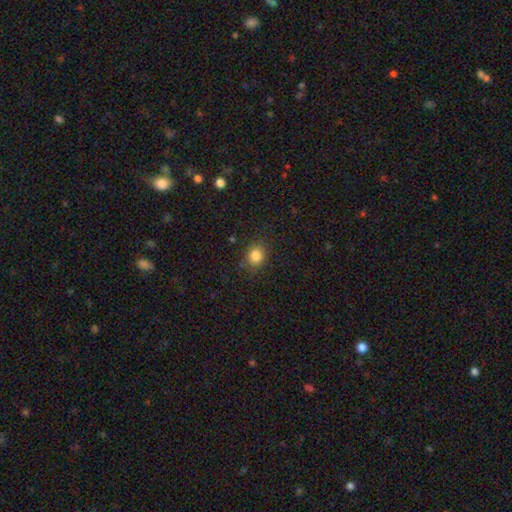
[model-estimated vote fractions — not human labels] smooth-or-featured: smooth: 84% | star or artifact: 11% | featured or disk: 5%
  how-rounded: round: 72% | in between: 27% | cigar-shaped: 1%
  merging: none: 84% | minor disturbance: 11% | major disturbance: 3% | merger: 2%